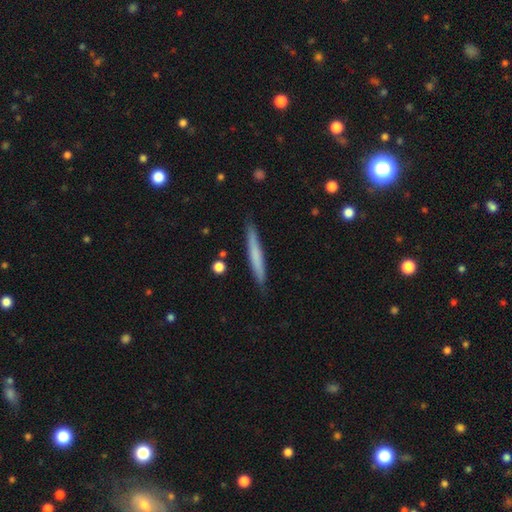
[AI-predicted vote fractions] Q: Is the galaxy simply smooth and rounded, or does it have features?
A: smooth — 63%.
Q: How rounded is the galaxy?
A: cigar-shaped — 96%.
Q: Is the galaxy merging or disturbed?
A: none — 88%.